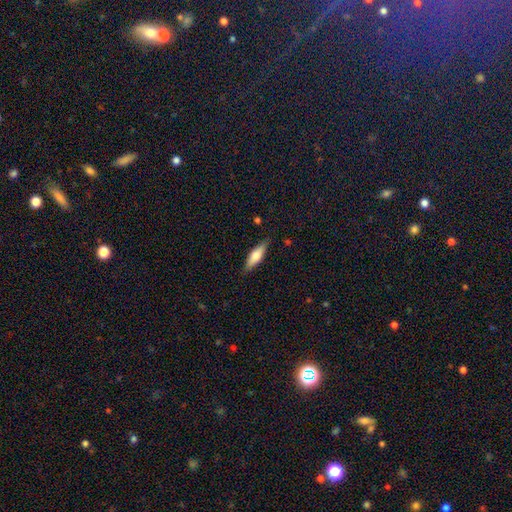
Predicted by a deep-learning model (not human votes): A smooth galaxy with no disk features (62%) that is cigar-shaped (52%).

Vote fractions:
- Smooth or featured? smooth: 62% / featured or disk: 32% / star or artifact: 6%
- How rounded? cigar-shaped: 52% / in between: 46% / round: 2%
- Merging? none: 85% / minor disturbance: 12% / major disturbance: 2% / merger: 1%